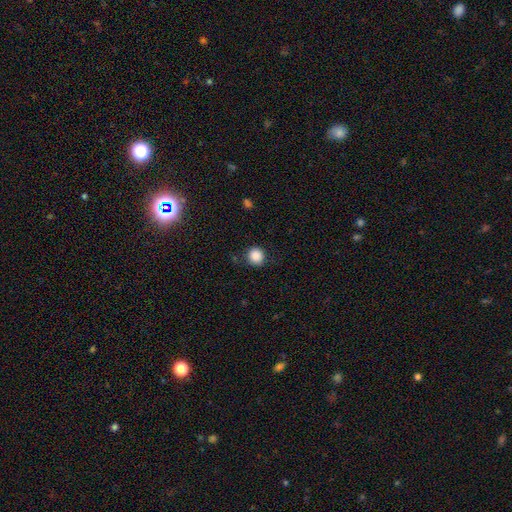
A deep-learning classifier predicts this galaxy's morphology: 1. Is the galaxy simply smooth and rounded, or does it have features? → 87% smooth, 10% star or artifact, 3% featured or disk.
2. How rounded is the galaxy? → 92% round, 7% in between, 1% cigar-shaped.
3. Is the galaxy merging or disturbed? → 85% none, 10% minor disturbance, 3% major disturbance, 2% merger.